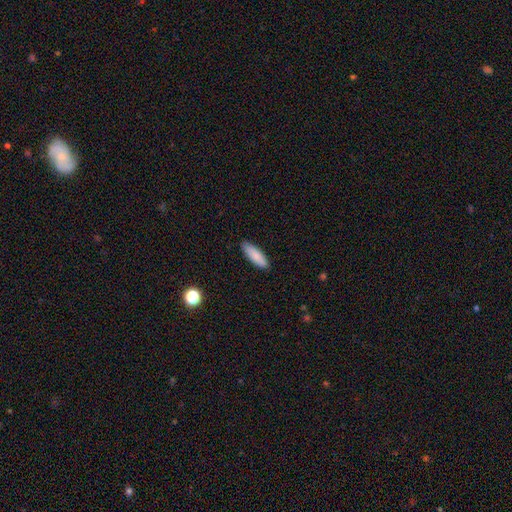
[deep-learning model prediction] The model was most divided on "how rounded": in between: 51%, cigar-shaped: 47%, round: 2%. More confident: merging — none (89%); smooth or featured — smooth (86%).